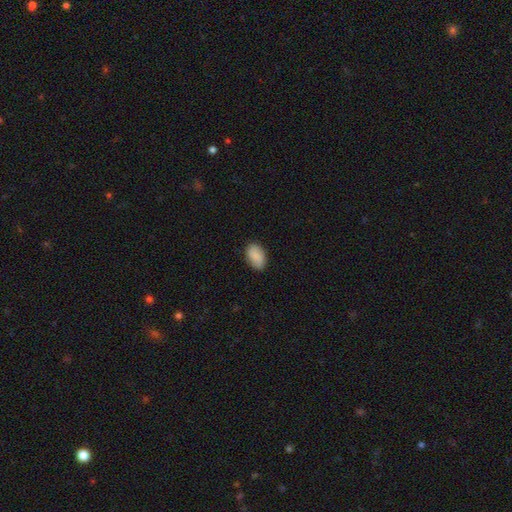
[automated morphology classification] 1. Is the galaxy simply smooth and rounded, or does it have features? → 82% smooth, 10% featured or disk, 7% star or artifact.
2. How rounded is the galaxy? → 91% in between, 7% round, 2% cigar-shaped.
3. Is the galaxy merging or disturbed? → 82% none, 14% minor disturbance, 3% major disturbance, 1% merger.